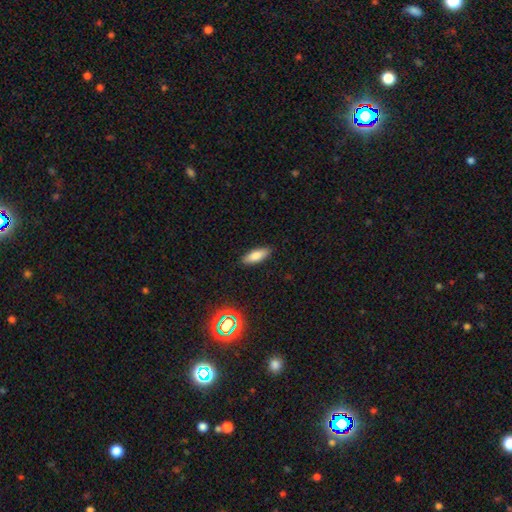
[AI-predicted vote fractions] Smooth or featured? Predicted: smooth (p=0.78). How rounded? Predicted: in between (p=0.66). Merging? Predicted: none (p=0.88).